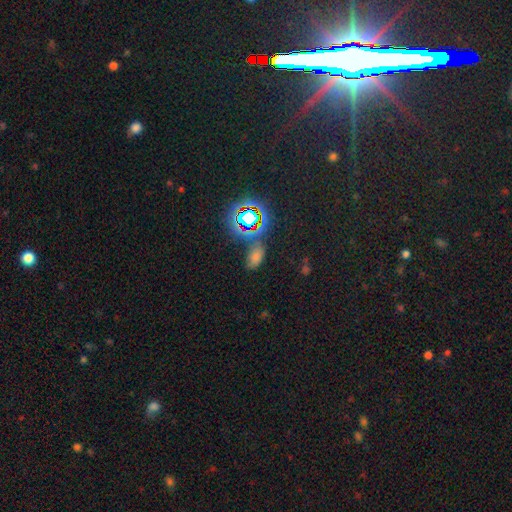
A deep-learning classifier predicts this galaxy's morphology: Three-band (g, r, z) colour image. It shows a smooth galaxy with no disk features (55%) that is in between round and cigar-shaped (88%). Merging: none (58%).